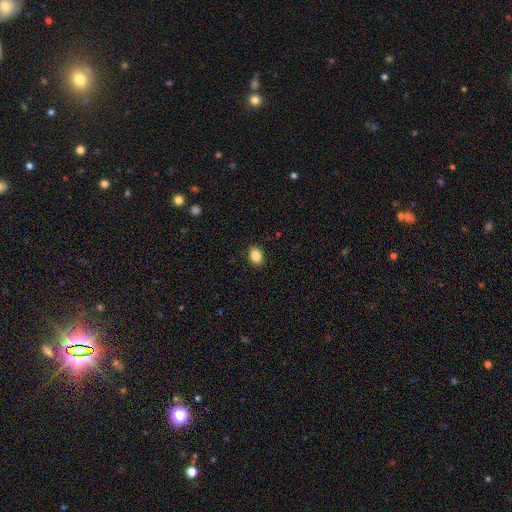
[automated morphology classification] A smooth galaxy with no disk features (86%) that is in between round and cigar-shaped (63%). Merging: none (90%).